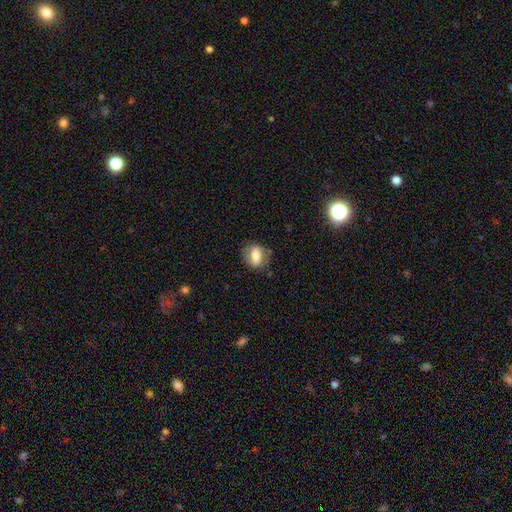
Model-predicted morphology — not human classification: Q: Smooth or featured?
A: smooth (61%); runner-up: featured or disk (31%)
Q: How rounded?
A: in between (66%); runner-up: round (31%)
Q: Merging?
A: none (72%); runner-up: minor disturbance (19%)